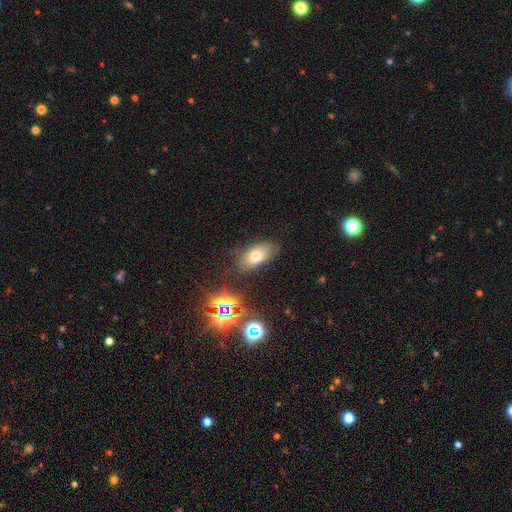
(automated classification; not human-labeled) smooth 69%, star or artifact 16%, featured or disk 15%. Down the decision tree: how rounded — in between (88%); merging — none (79%).